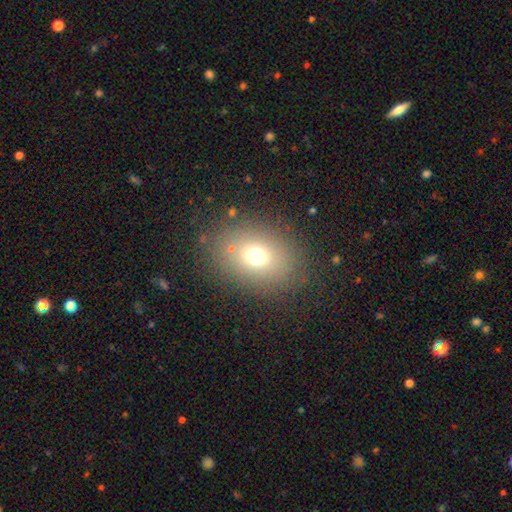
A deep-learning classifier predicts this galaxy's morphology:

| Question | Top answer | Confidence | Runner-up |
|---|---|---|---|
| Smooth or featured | smooth | 69% | star or artifact (18%) |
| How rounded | in between | 58% | round (40%) |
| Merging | none | 82% | minor disturbance (10%) |